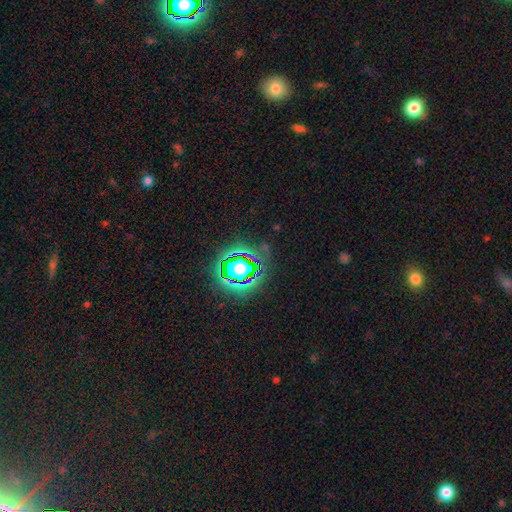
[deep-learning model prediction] Morphology: type=star or artifact (79%).